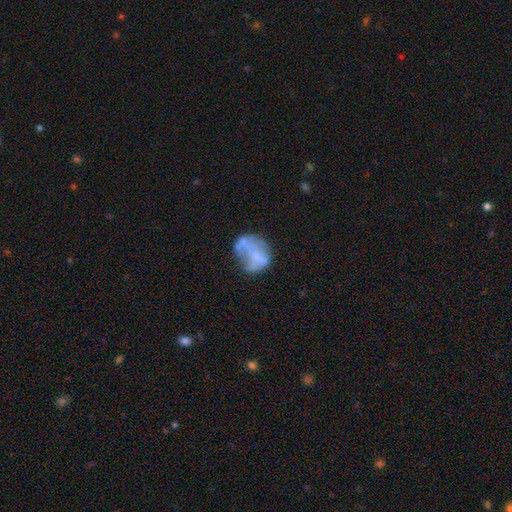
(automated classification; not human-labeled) Smooth or featured? featured or disk (46%)
Merging? none (41%)